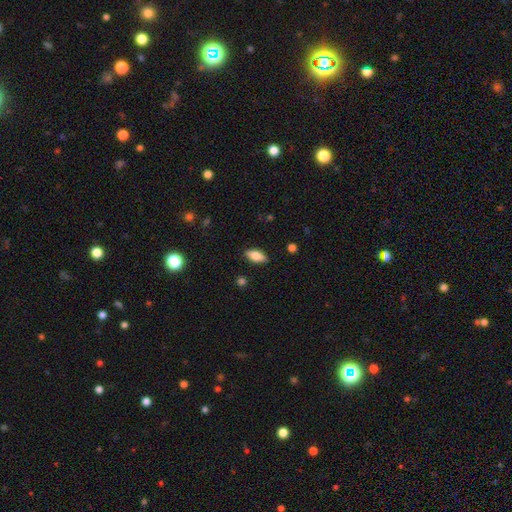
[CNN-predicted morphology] The model was most divided on "smooth or featured": smooth: 77%, featured or disk: 16%, star or artifact: 7%. More confident: merging — none (86%); how rounded — in between (82%).